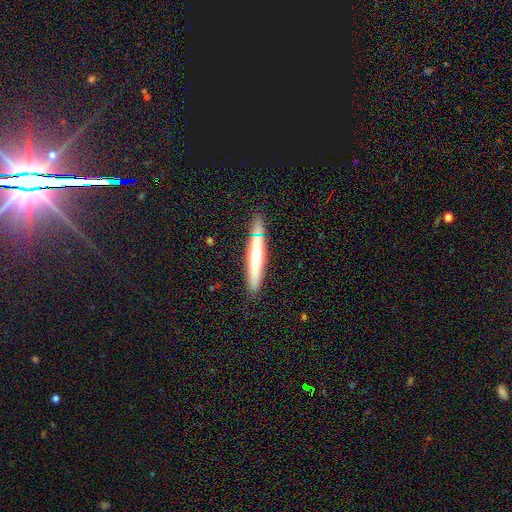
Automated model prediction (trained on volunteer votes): A featured or disk galaxy (50%) viewed edge-on (86%).

Vote fractions:
- Smooth or featured? featured or disk: 50% / smooth: 43% / star or artifact: 7%
- Edge-on disk? yes: 86% / no: 14%
- Merging? none: 84% / minor disturbance: 11% / merger: 3% / major disturbance: 2%